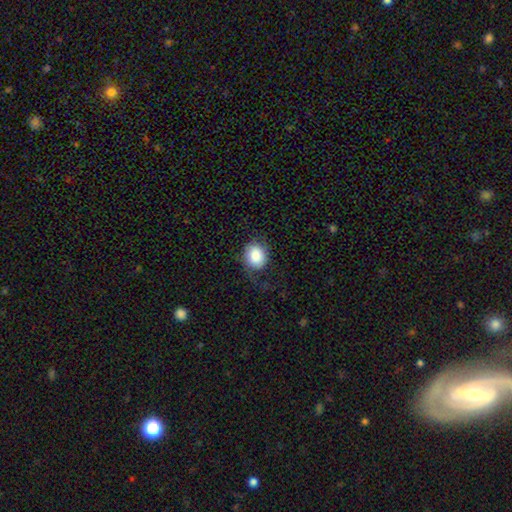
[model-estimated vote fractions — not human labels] smooth 82%, featured or disk 10%, star or artifact 7%. Down the decision tree: how rounded — round (59%); merging — none (67%).